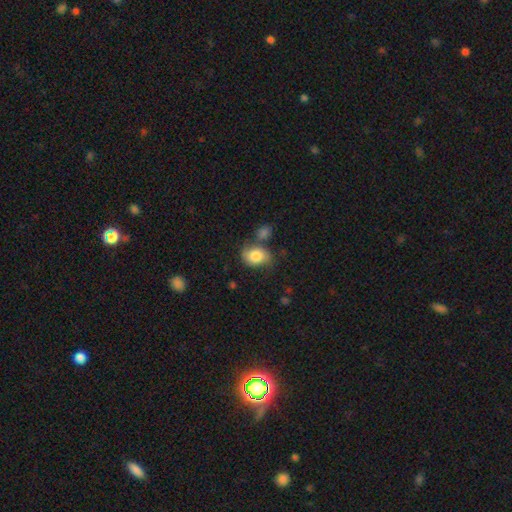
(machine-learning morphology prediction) Smooth or featured? smooth (81%)
How rounded? in between (71%)
Merging? none (53%)